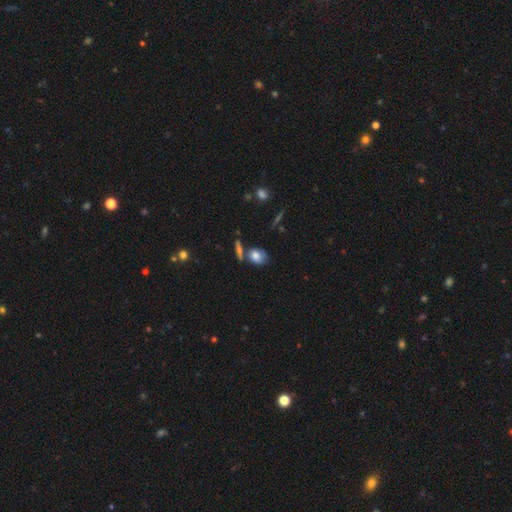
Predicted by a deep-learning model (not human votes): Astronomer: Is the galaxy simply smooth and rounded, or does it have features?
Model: smooth — 73%.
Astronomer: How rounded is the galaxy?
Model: in between — 59% (runner-up: round, 37%).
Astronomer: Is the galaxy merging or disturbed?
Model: none — 57%.